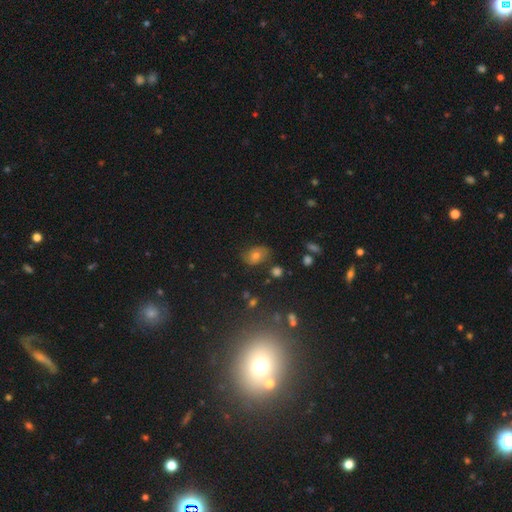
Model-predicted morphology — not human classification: smooth_or_featured: smooth (p=0.58) [alt: featured or disk p=0.21]
how_rounded: in between (p=0.74) [alt: round p=0.25]
merging: none (p=0.73) [alt: minor disturbance p=0.18]